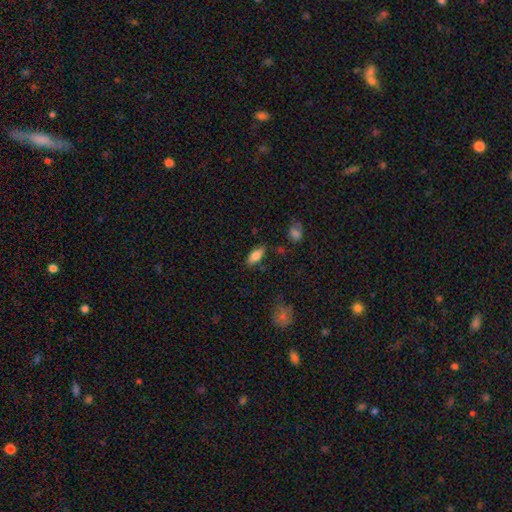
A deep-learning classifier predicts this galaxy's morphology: Smooth or featured?
  - smooth: 80% *
  - featured or disk: 12%
  - star or artifact: 7%
How rounded?
  - in between: 81% *
  - cigar-shaped: 16%
  - round: 2%
Merging?
  - none: 82% *
  - minor disturbance: 13%
  - major disturbance: 3%
  - merger: 2%